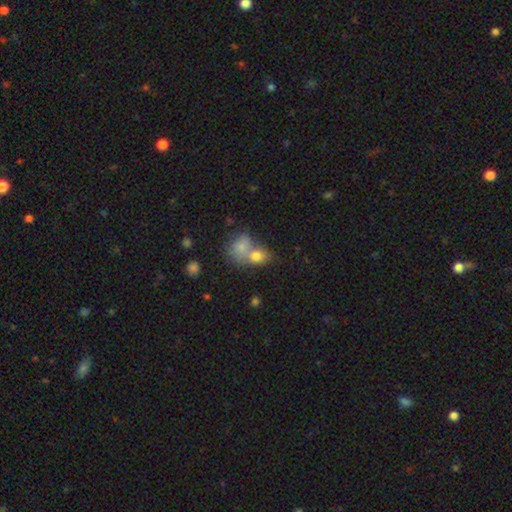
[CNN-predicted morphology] type=smooth (76%); roundness=in between (56%); merging=merger (61%).